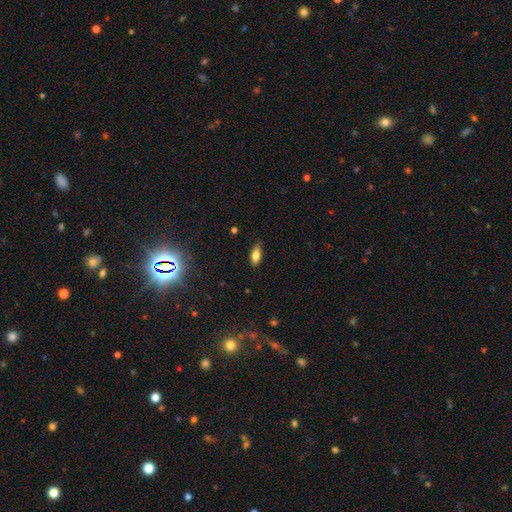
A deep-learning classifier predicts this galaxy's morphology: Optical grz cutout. It shows a smooth galaxy with no disk features (75%) that is in between round and cigar-shaped (79%). Merging: none (83%).